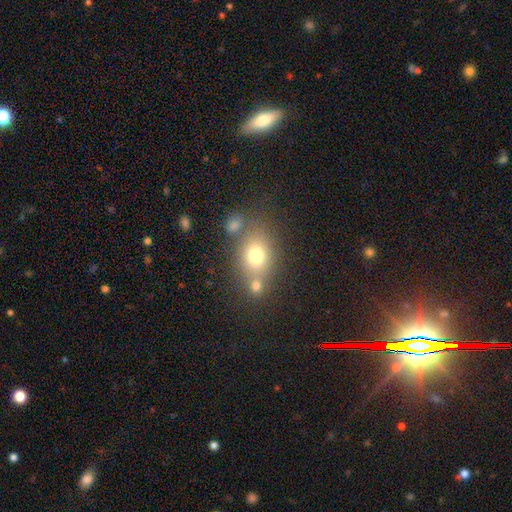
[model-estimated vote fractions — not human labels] A smooth galaxy with no disk features (72%) that is in between round and cigar-shaped (59%).

Vote fractions:
- Smooth or featured? smooth: 72% / featured or disk: 15% / star or artifact: 13%
- How rounded? in between: 59% / round: 39% / cigar-shaped: 2%
- Merging? none: 56% / merger: 25% / minor disturbance: 13% / major disturbance: 6%